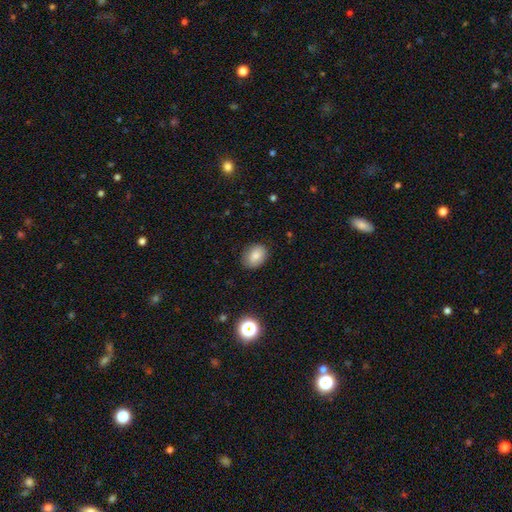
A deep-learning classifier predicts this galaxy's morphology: The model was most divided on "how rounded": in between: 65%, round: 34%, cigar-shaped: 1%. More confident: merging — none (84%); smooth or featured — smooth (82%).